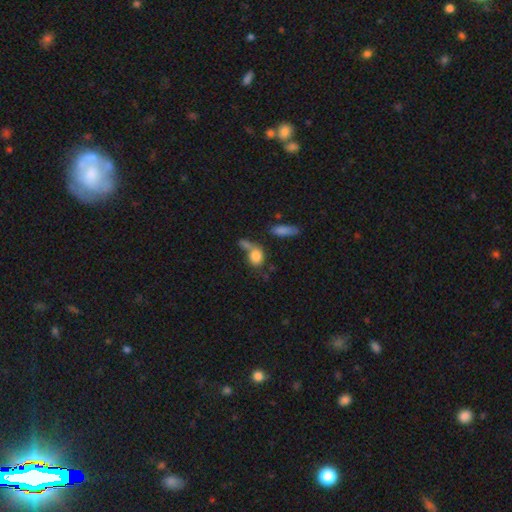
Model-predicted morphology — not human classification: Smooth or featured?
  - smooth: 81% *
  - featured or disk: 10%
  - star or artifact: 9%
How rounded?
  - round: 48% * (tied)
  - in between: 48% * (tied)
  - cigar-shaped: 4%
Merging?
  - merger: 38% *
  - none: 37%
  - minor disturbance: 13%
  - major disturbance: 12%